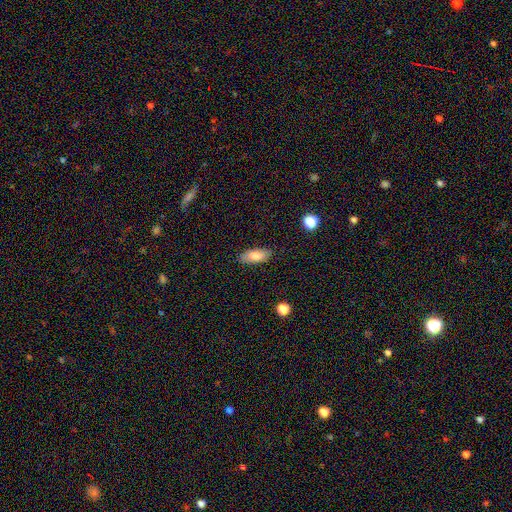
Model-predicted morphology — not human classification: This appears to be a smooth galaxy with no disk features (81%) that is in between round and cigar-shaped (80%). Merging: none (86%).